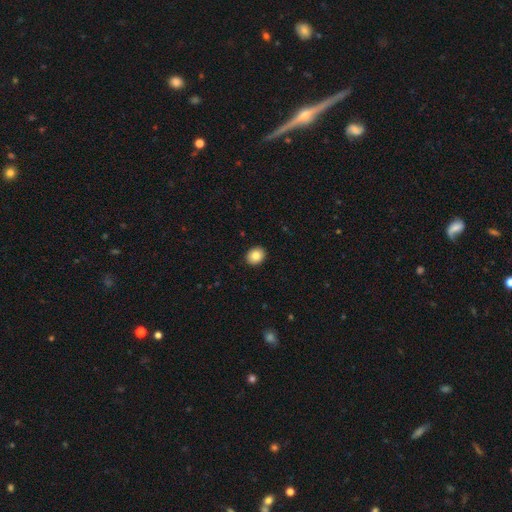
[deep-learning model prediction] Smooth or featured?
  - smooth: 84% *
  - star or artifact: 9%
  - featured or disk: 7%
How rounded?
  - round: 63% *
  - in between: 36%
  - cigar-shaped: 1%
Merging?
  - none: 92% *
  - minor disturbance: 6%
  - major disturbance: 2%
  - merger: 1%